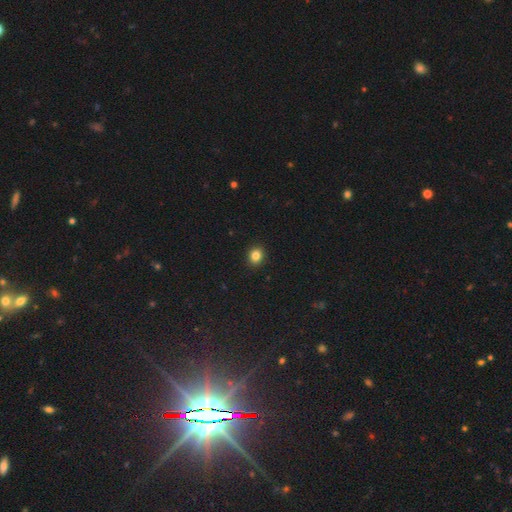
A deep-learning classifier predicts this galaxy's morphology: smooth_or_featured: smooth (p=0.84) [alt: star or artifact p=0.11]
how_rounded: round (p=0.72) [alt: in between p=0.27]
merging: none (p=0.92) [alt: minor disturbance p=0.05]